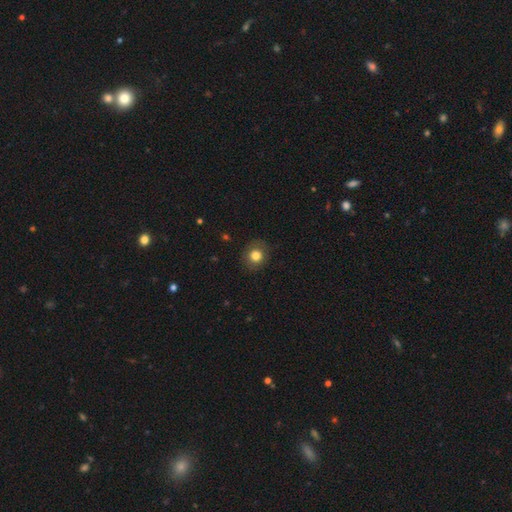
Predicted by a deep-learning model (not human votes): Smooth or featured? smooth (80%)
How rounded? round (82%)
Merging? none (86%)